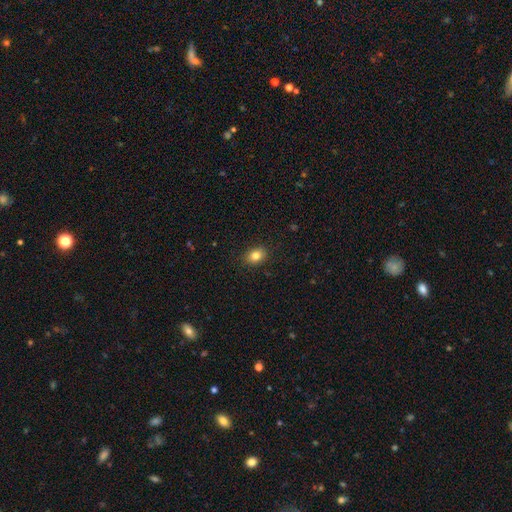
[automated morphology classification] Overall: smooth (83%). How rounded: in between (71%). Merging: none (89%).